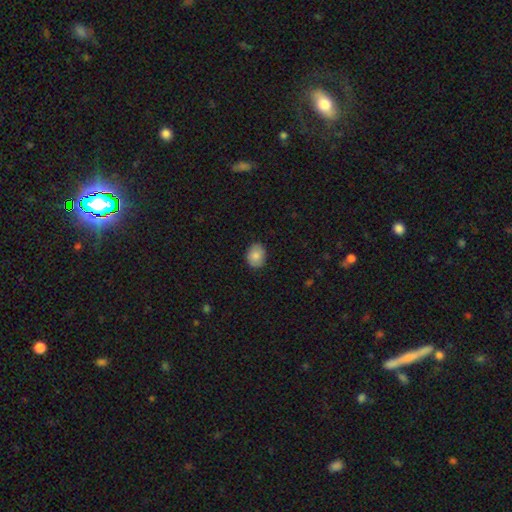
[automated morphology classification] Smooth or featured? Predicted: smooth (p=0.84). How rounded? Predicted: in between (p=0.52). Merging? Predicted: none (p=0.87).